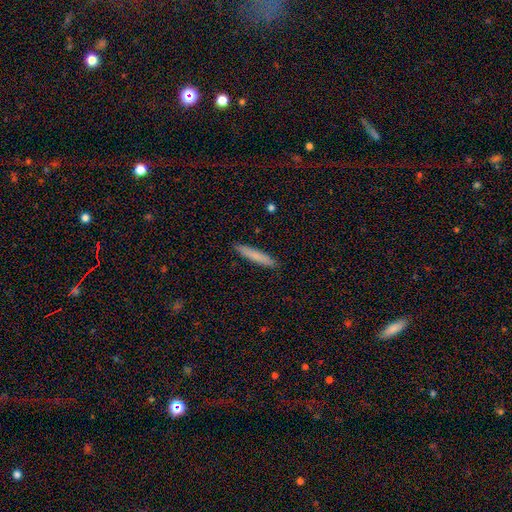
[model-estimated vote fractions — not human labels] smooth-or-featured: smooth: 79% | featured or disk: 15% | star or artifact: 6%
  how-rounded: cigar-shaped: 94% | in between: 5% | round: 1%
  merging: none: 91% | minor disturbance: 6% | major disturbance: 1% | merger: 1%